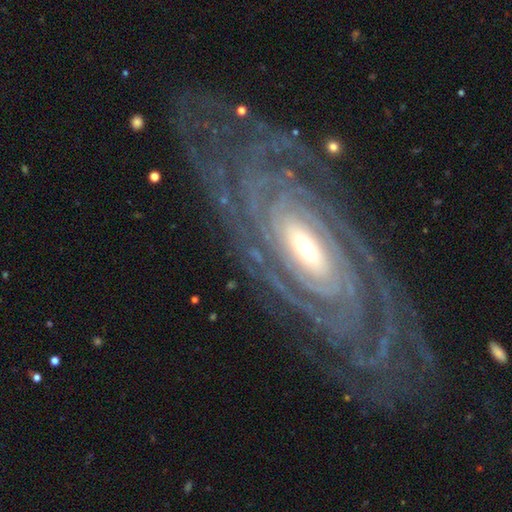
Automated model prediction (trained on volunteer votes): Overall: featured or disk (91%). Edge-on disk: no (94%). Bar: no (46%; weak 27%). Spiral arms: yes (98%). Spiral arm count: can't tell (22%; 2 18%). Spiral winding: tight (85%). Bulge size: moderate (51%; small 40%). Merging: none (77%).